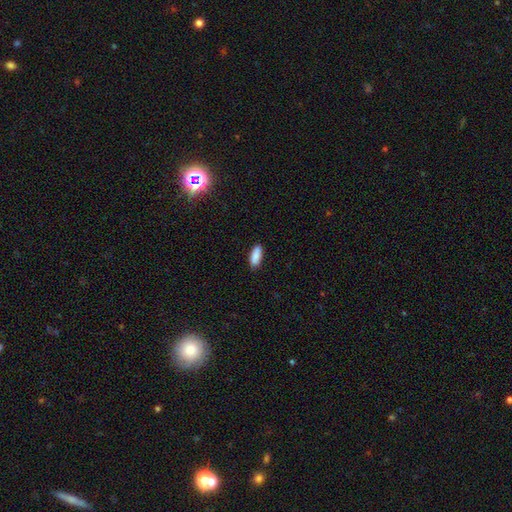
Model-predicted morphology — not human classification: Smooth or featured? Predicted: smooth (p=0.89). How rounded? Predicted: in between (p=0.73). Merging? Predicted: none (p=0.87).